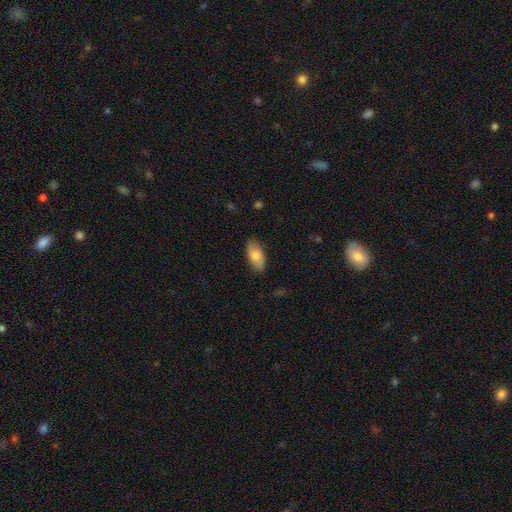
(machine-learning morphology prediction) This appears to be a smooth galaxy with no disk features (80%) that is in between round and cigar-shaped (91%). Merging: none (84%).